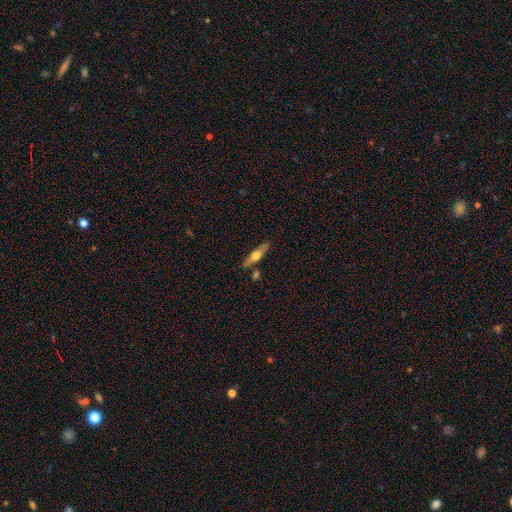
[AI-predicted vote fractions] Smooth or featured? Predicted: featured or disk (p=0.52). Edge-on disk? Predicted: yes (p=0.90). Merging? Predicted: none (p=0.79).